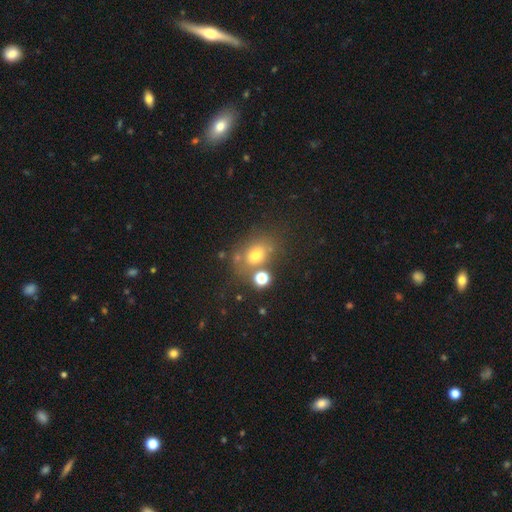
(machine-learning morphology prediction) Overall: smooth (68%). How rounded: in between (52%; round 47%). Merging: none (59%).